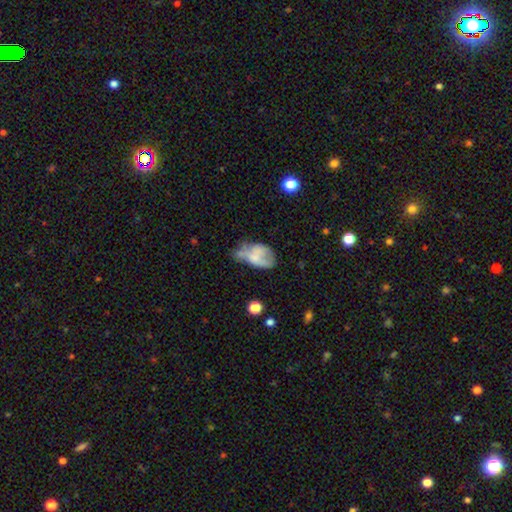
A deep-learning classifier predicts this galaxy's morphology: smooth 52%, featured or disk 39%, star or artifact 9%. Down the decision tree: how rounded — in between (88%); merging — major disturbance (30%).